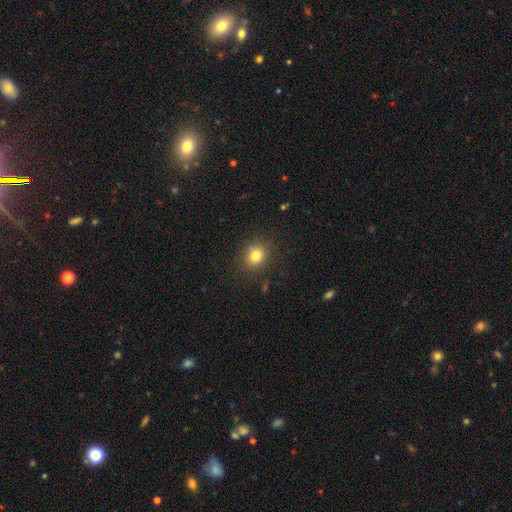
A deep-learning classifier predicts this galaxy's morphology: A smooth galaxy with no disk features (80%) that is round (73%).

Vote fractions:
- Smooth or featured? smooth: 80% / star or artifact: 13% / featured or disk: 8%
- How rounded? round: 73% / in between: 26% / cigar-shaped: 1%
- Merging? none: 85% / minor disturbance: 10% / major disturbance: 3% / merger: 2%